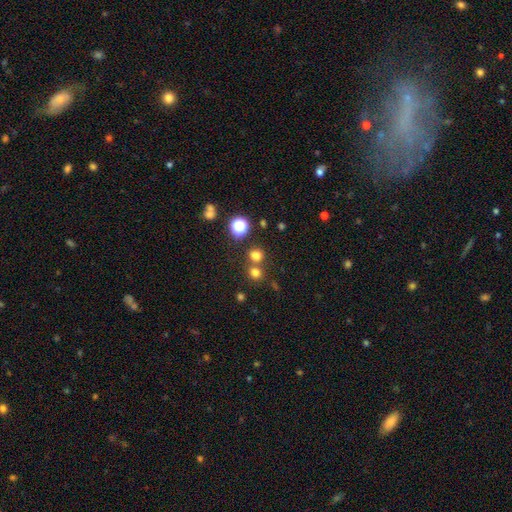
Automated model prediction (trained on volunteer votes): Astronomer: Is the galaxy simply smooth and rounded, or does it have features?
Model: smooth — 71%.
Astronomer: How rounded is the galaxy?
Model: round — 85%.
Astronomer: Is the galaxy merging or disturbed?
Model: none — 65%.